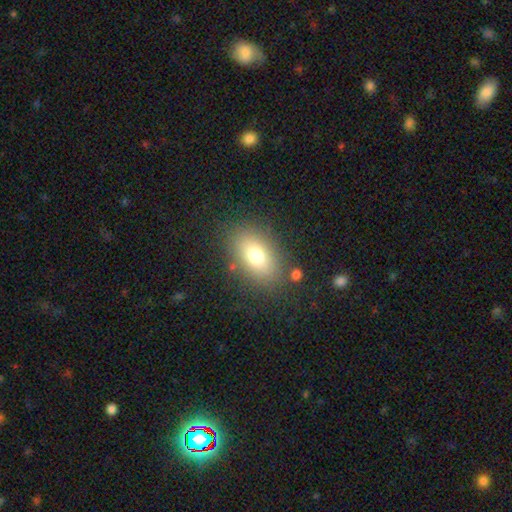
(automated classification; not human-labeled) Q: Smooth or featured?
A: smooth (76%); runner-up: featured or disk (14%)
Q: How rounded?
A: in between (88%); runner-up: round (9%)
Q: Merging?
A: none (82%); runner-up: minor disturbance (11%)